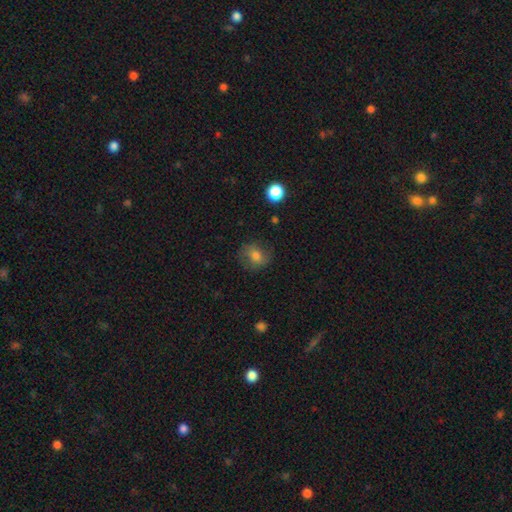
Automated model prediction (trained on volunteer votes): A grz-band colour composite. It shows a smooth galaxy with no disk features (67%) that is round (66%). Merging: none (73%).